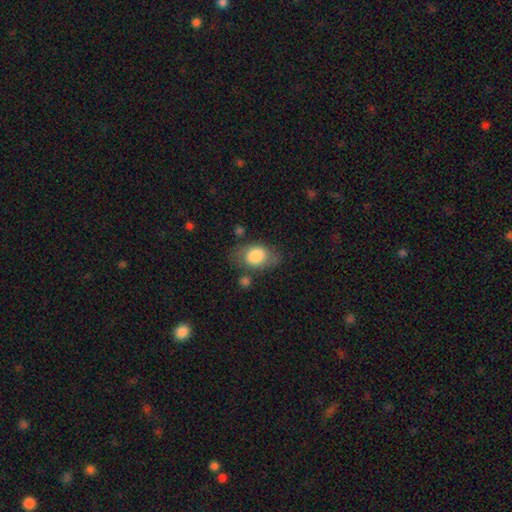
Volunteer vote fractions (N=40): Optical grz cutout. It shows a smooth galaxy with no disk features (75%) that is in between round and cigar-shaped (57%). Merging: none (51%).